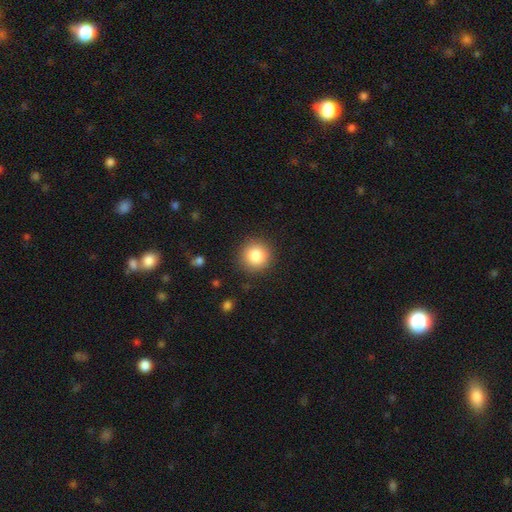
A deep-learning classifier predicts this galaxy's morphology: Smooth or featured? Predicted: smooth (p=0.84). How rounded? Predicted: round (p=0.94). Merging? Predicted: none (p=0.90).